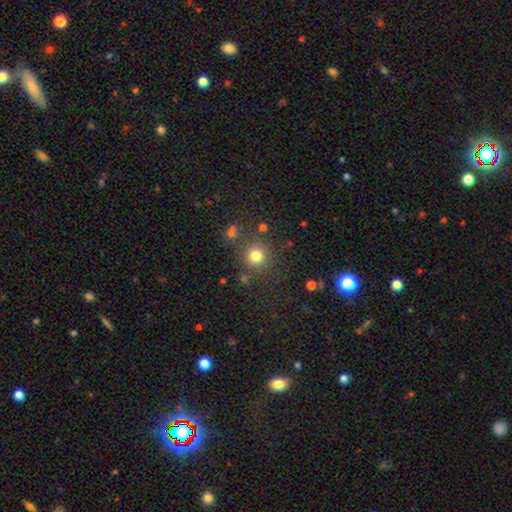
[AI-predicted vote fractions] Overall: smooth (78%). How rounded: round (93%). Merging: none (81%).